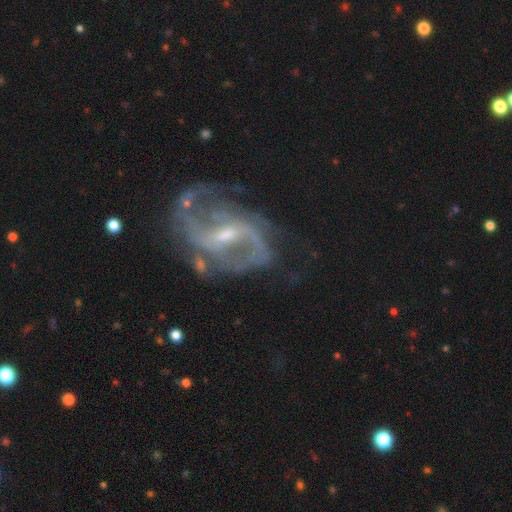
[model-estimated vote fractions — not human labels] A featured or disk galaxy (90%) with a weak bar (53%), 2 (83%) medium (51%) spiral arms (96%) and a small central bulge (54%).

Vote fractions:
- Smooth or featured? featured or disk: 90% / star or artifact: 6% / smooth: 4%
- Edge-on disk? no: 97% / yes: 3%
- Bar? weak: 53% / strong: 32% / no: 15%
- Spiral arms? yes: 96% / no: 4%
- Spiral winding? medium: 51% / loose: 33% / tight: 16%
- Spiral arm count? 2: 83% / can't tell: 6% / 3: 5% / 1: 3% / 4: 2% / more than 4: 2%
- Bulge size? small: 54% / moderate: 39% / none: 5% / large: 2% / dominant: 1%
- Merging? none: 60% / minor disturbance: 20% / major disturbance: 16% / merger: 4%